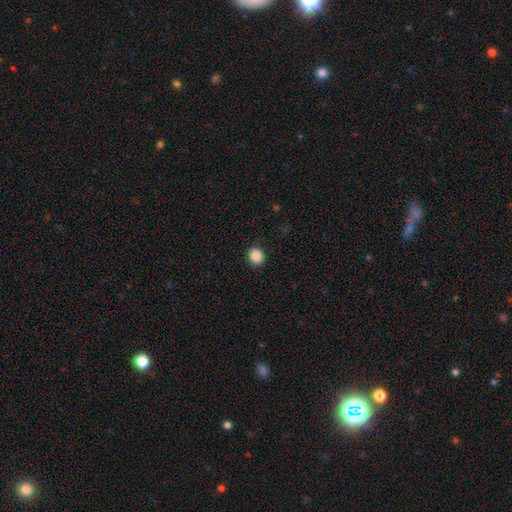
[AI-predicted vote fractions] smooth_or_featured: smooth (p=0.88) [alt: star or artifact p=0.09]
how_rounded: round (p=0.72) [alt: in between p=0.28]
merging: none (p=0.90) [alt: minor disturbance p=0.07]